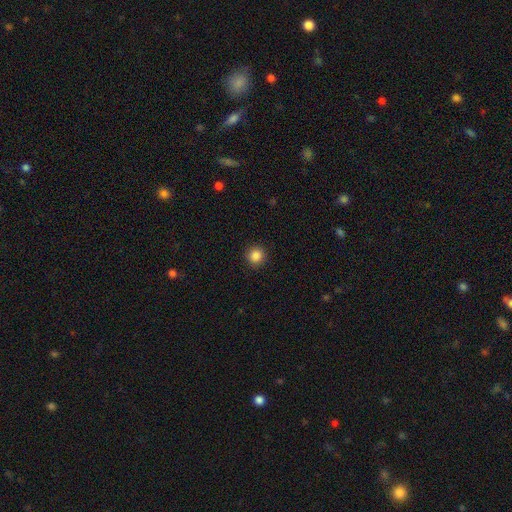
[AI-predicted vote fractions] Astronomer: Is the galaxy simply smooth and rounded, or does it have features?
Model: smooth — 86%.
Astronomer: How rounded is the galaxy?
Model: round — 94%.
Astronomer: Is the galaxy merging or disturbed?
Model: none — 91%.